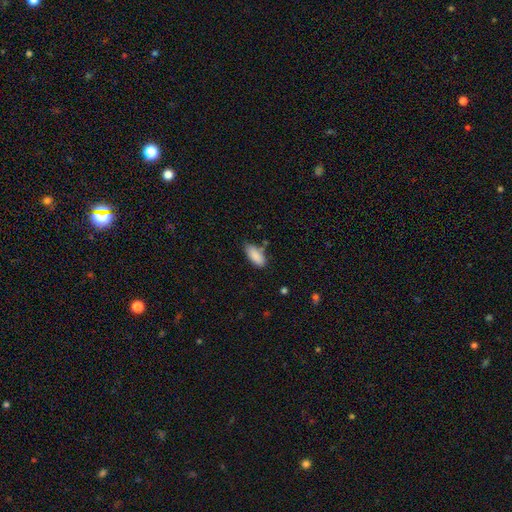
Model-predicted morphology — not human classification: Smooth or featured? smooth (88%)
How rounded? in between (84%)
Merging? none (65%)